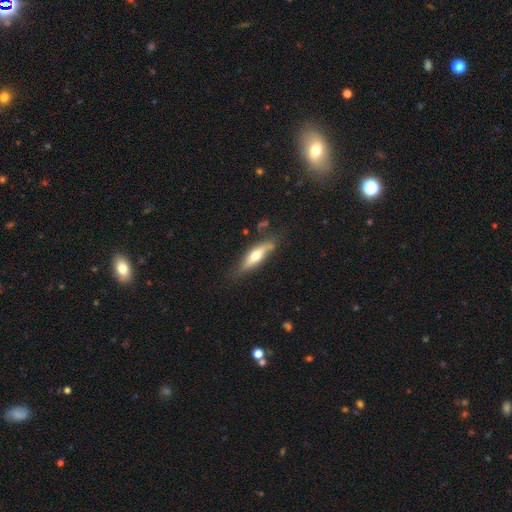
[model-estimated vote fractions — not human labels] smooth_or_featured: smooth (p=0.50) [alt: featured or disk p=0.44]
merging: none (p=0.66) [alt: minor disturbance p=0.23]